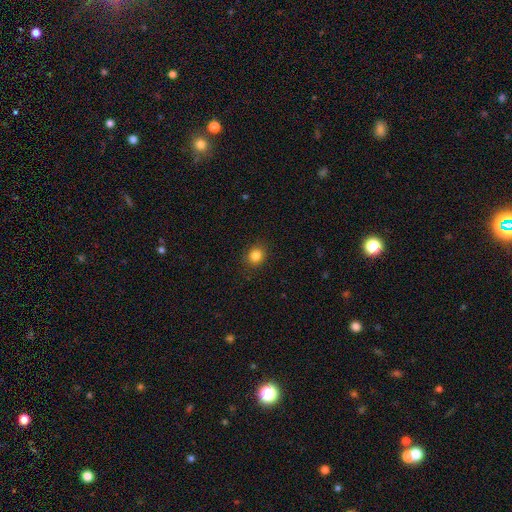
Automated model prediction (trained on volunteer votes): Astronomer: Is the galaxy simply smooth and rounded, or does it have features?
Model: smooth — 84%.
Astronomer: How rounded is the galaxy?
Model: round — 75%.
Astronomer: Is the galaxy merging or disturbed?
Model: none — 89%.